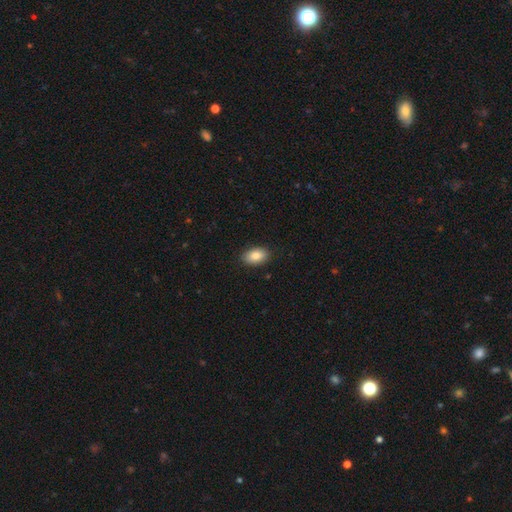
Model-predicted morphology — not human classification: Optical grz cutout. It shows a smooth galaxy with no disk features (86%) that is in between round and cigar-shaped (91%). Merging: none (89%).